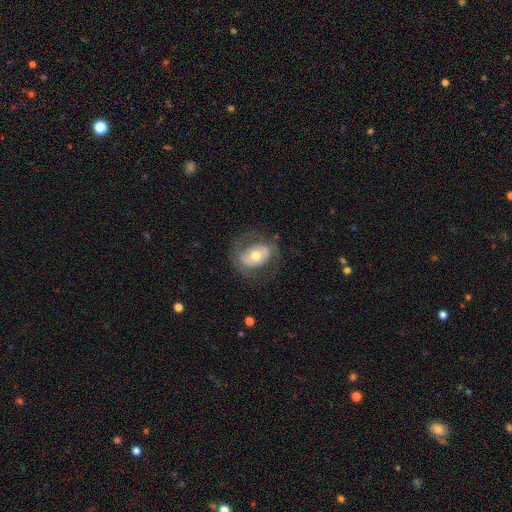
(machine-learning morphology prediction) Smooth or featured: featured or disk — 59% (smooth — 35%)
Edge-on disk: no — 94% (yes — 6%)
Bar: no — 53% (weak — 27%)
Spiral arms: yes — 53% (no — 47%)
Bulge size: moderate — 69% (small — 18%)
Merging: none — 64% (minor disturbance — 18%)